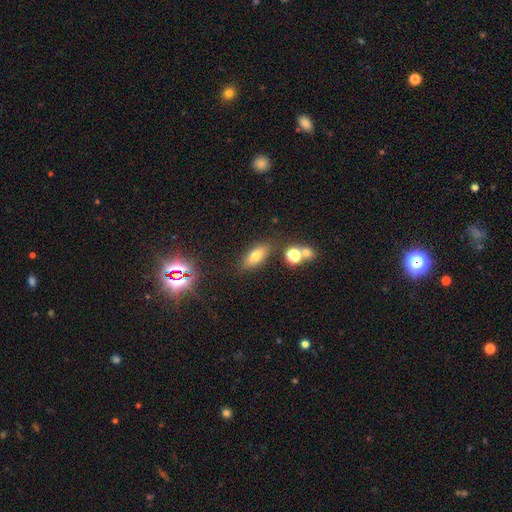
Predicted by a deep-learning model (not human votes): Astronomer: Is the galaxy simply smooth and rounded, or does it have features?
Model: smooth — 72%.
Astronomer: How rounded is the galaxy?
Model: in between — 76%.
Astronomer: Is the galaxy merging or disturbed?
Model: none — 79%.